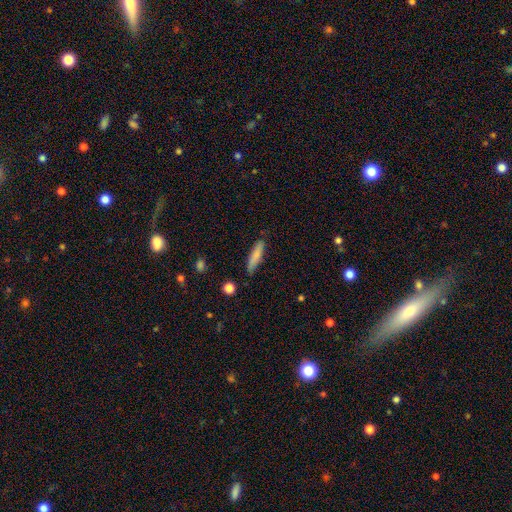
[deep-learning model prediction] A smooth galaxy with no disk features (78%) that is cigar-shaped (82%). Merging: none (80%).